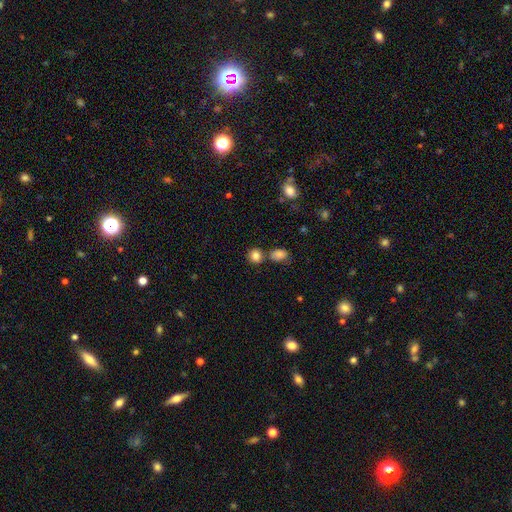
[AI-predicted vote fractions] The model was most divided on "merging": none: 64%, merger: 22%, minor disturbance: 10%, major disturbance: 3%. More confident: smooth or featured — smooth (83%); how rounded — round (78%).